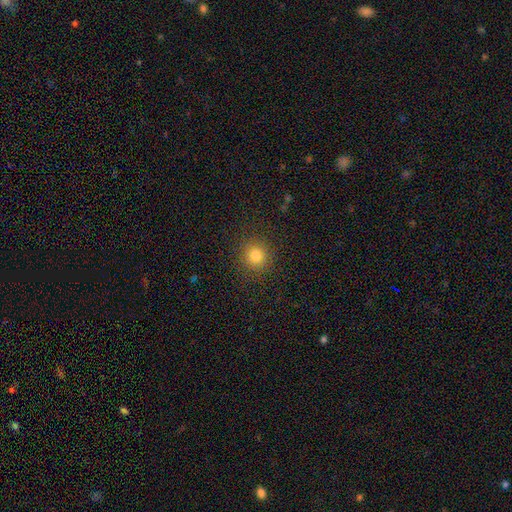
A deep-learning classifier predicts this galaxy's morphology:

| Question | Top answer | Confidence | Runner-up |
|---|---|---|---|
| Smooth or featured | smooth | 82% | star or artifact (13%) |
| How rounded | round | 91% | in between (8%) |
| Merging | none | 89% | minor disturbance (7%) |